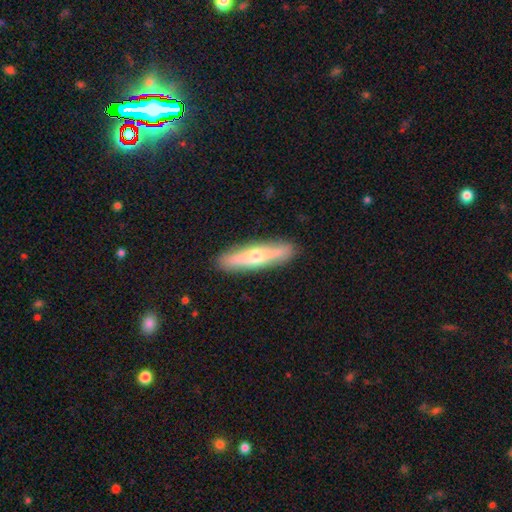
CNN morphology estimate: Smooth or featured: featured or disk — 51% (smooth — 42%)
Edge-on disk: yes — 79% (no — 21%)
Merging: none — 90% (minor disturbance — 7%)